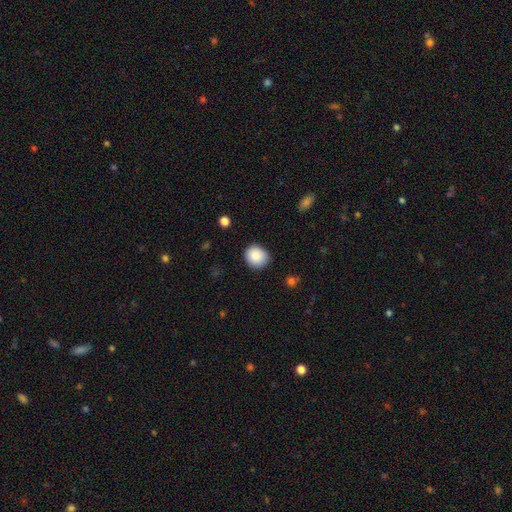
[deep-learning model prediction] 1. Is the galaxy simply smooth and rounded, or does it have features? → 87% smooth, 8% star or artifact, 5% featured or disk.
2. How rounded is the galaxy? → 85% round, 15% in between, 1% cigar-shaped.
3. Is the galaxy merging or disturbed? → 85% none, 11% minor disturbance, 2% major disturbance, 1% merger.